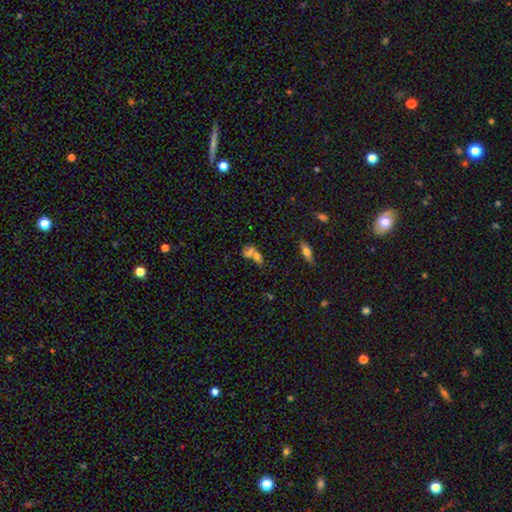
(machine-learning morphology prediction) A smooth galaxy with no disk features (59%) that is in between round and cigar-shaped (67%). Merging: merger (47%).